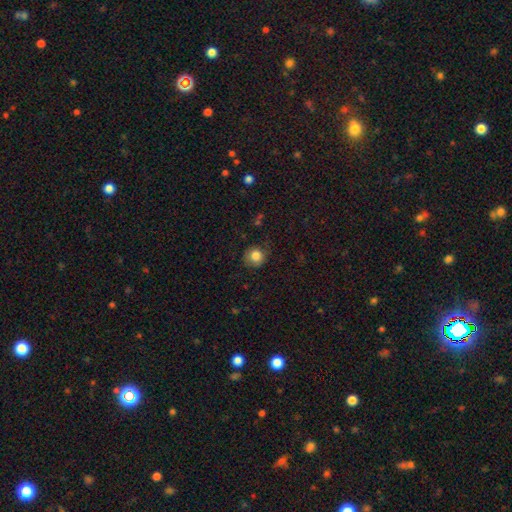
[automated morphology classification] A smooth galaxy with no disk features (82%) that is round (88%).

Vote fractions:
- Smooth or featured? smooth: 82% / star or artifact: 10% / featured or disk: 8%
- How rounded? round: 88% / in between: 11% / cigar-shaped: 1%
- Merging? none: 75% / minor disturbance: 18% / major disturbance: 6% / merger: 1%